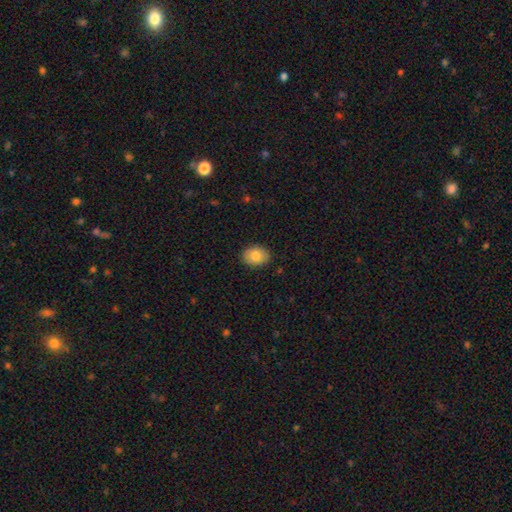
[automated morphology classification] The model was most divided on "how rounded": in between: 67%, round: 32%, cigar-shaped: 1%. More confident: merging — none (89%); smooth or featured — smooth (84%).